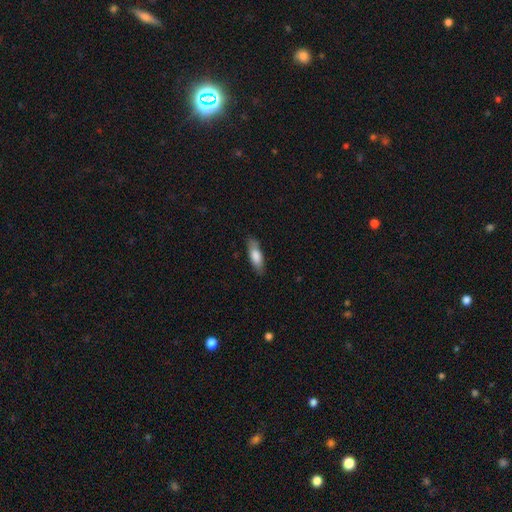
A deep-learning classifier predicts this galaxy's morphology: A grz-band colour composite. It shows a smooth galaxy with no disk features (76%) that is in between round and cigar-shaped (63%). Merging: none (79%).